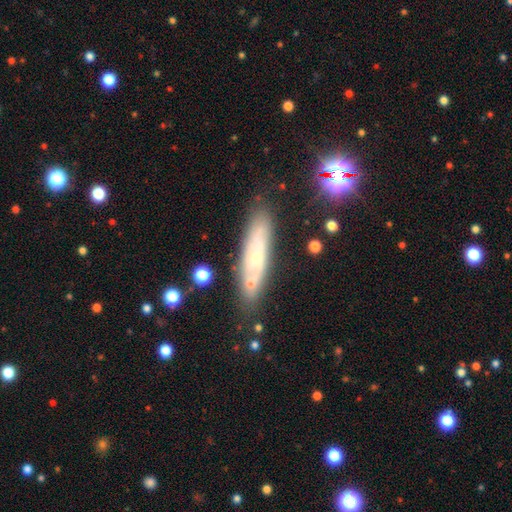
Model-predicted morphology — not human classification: Smooth or featured: featured or disk — 54% (smooth — 36%)
Edge-on disk: no — 57% (yes — 43%)
Merging: none — 77% (minor disturbance — 15%)